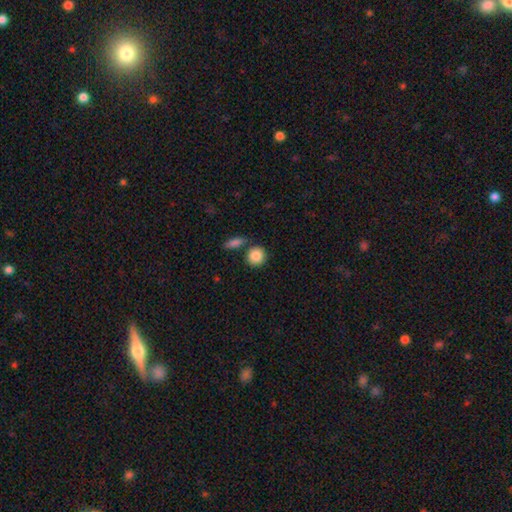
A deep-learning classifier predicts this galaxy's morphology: Overall: smooth (87%). How rounded: round (87%). Merging: none (75%).